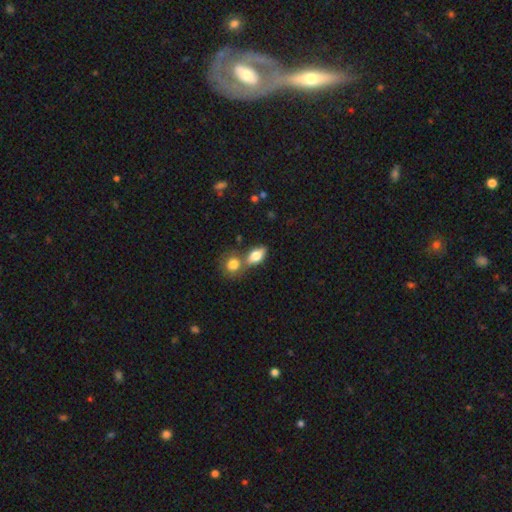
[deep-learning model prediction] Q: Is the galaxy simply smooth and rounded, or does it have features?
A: smooth — 76%.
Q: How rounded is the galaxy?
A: in between — 80%.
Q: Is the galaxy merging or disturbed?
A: merger — 47%.